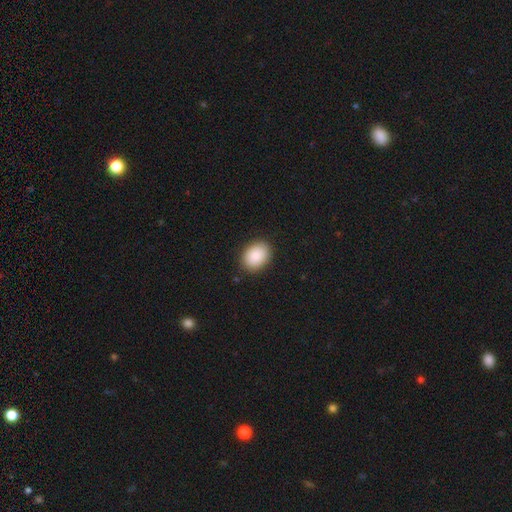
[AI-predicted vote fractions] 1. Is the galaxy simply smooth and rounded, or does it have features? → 89% smooth, 7% star or artifact, 4% featured or disk.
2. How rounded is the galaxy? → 71% in between, 28% round, 1% cigar-shaped.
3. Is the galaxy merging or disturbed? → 89% none, 8% minor disturbance, 2% major disturbance, 1% merger.